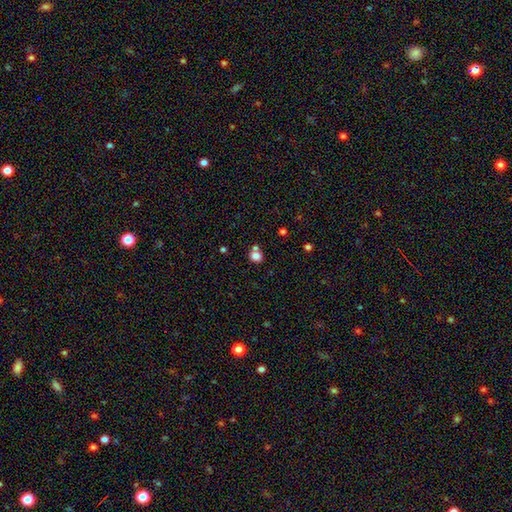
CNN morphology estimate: smooth 80%, star or artifact 13%, featured or disk 7%. Down the decision tree: how rounded — round (73%); merging — none (60%).